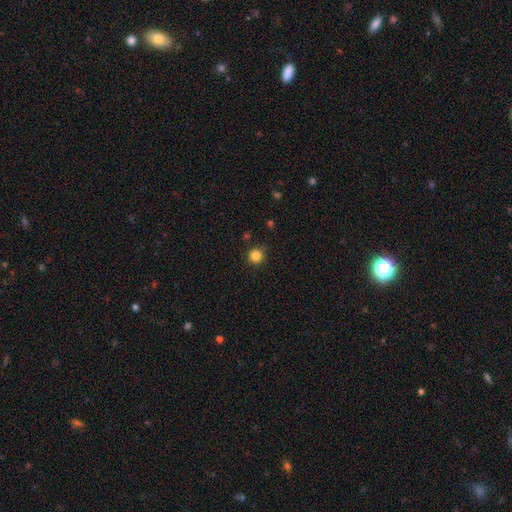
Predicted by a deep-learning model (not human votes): This is clearly a smooth galaxy (84%). How rounded: clearly round (95%). Merging: clearly none (87%).